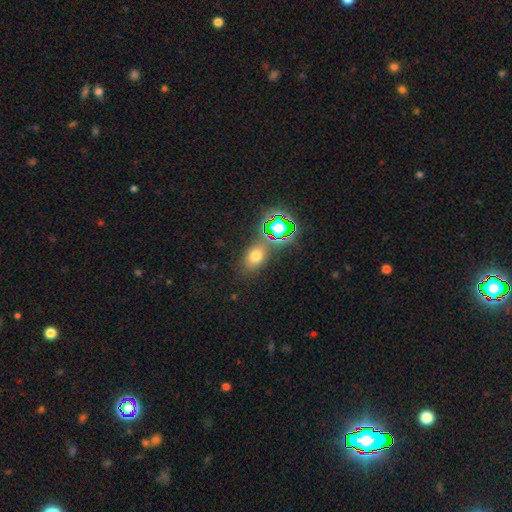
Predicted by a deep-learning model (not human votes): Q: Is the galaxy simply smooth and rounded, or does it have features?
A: smooth — 63%.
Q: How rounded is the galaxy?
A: in between — 72%.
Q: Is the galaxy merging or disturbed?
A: none — 74%.